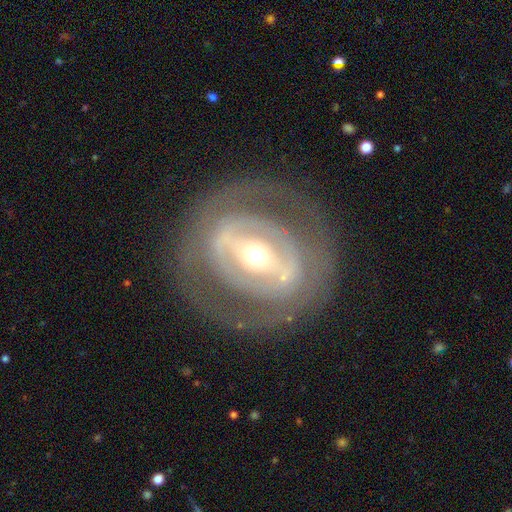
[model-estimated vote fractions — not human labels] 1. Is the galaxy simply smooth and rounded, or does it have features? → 78% featured or disk, 17% smooth, 6% star or artifact.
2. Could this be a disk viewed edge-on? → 92% no, 8% yes.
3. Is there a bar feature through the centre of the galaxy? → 56% strong, 26% weak, 18% no.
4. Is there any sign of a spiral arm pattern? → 69% no, 31% yes.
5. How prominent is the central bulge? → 62% moderate, 28% small, 7% large, 1% dominant, 1% none.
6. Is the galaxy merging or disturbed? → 79% none, 11% minor disturbance, 9% major disturbance, 1% merger.